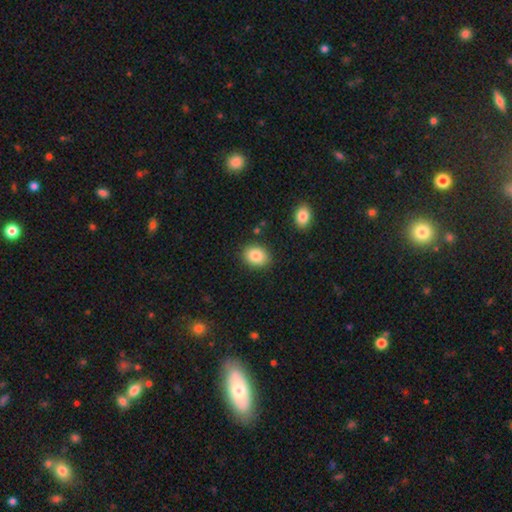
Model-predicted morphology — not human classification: smooth_or_featured: smooth (p=0.85) [alt: star or artifact p=0.08]
how_rounded: in between (p=0.61) [alt: round p=0.38]
merging: none (p=0.86) [alt: minor disturbance p=0.10]